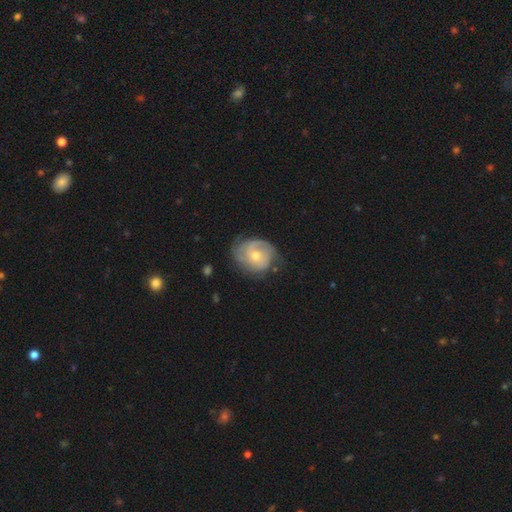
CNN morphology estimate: Smooth or featured? featured or disk (71%)
Edge-on disk? no (97%)
Bar? no (74%)
Spiral arms? yes (88%)
Spiral winding? tight (56%)
Spiral arm count? can't tell (34%)
Bulge size? moderate (53%)
Merging? none (64%)